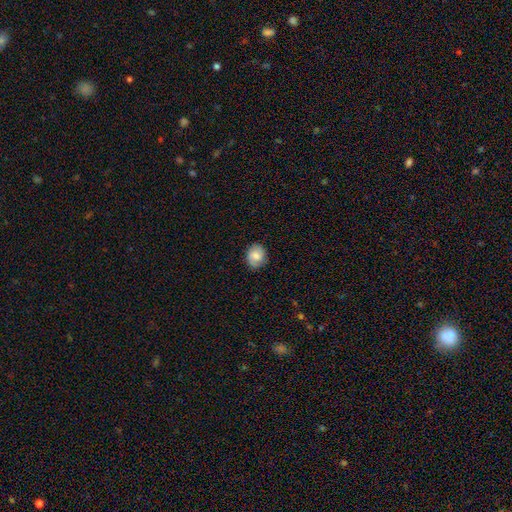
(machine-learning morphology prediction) Smooth or featured: smooth — 73% (featured or disk — 19%)
How rounded: round — 66% (in between — 33%)
Merging: none — 83% (minor disturbance — 13%)